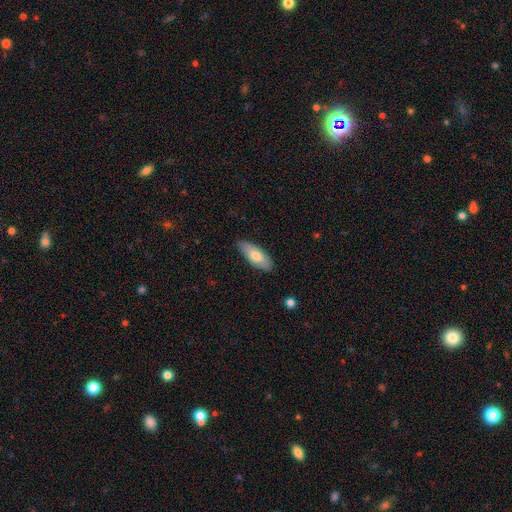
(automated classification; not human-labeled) smooth_or_featured: smooth (p=0.73) [alt: featured or disk p=0.22]
how_rounded: in between (p=0.81) [alt: cigar-shaped p=0.17]
merging: none (p=0.80) [alt: minor disturbance p=0.16]